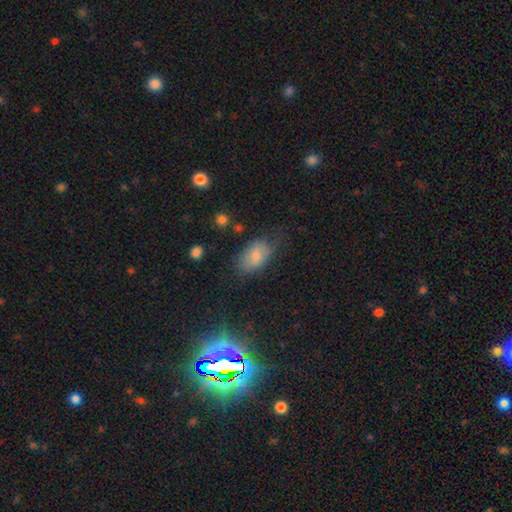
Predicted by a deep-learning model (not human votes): A smooth galaxy with no disk features (64%) that is in between round and cigar-shaped (89%). Merging: none (65%).